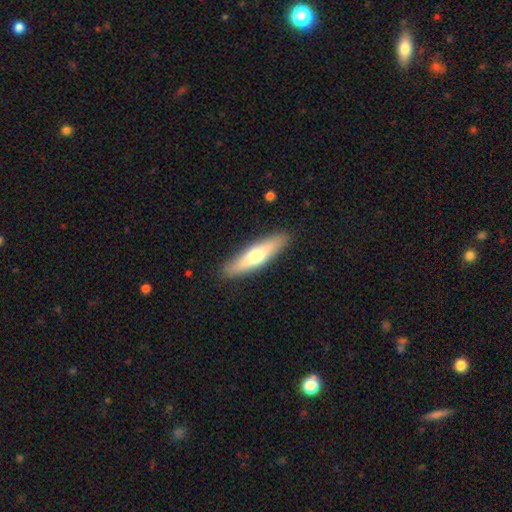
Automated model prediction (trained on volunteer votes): Smooth or featured?
  - smooth: 59% *
  - featured or disk: 36%
  - star or artifact: 5%
How rounded?
  - cigar-shaped: 71% *
  - in between: 28%
  - round: 2%
Merging?
  - none: 89% *
  - minor disturbance: 8%
  - major disturbance: 2%
  - merger: 1%